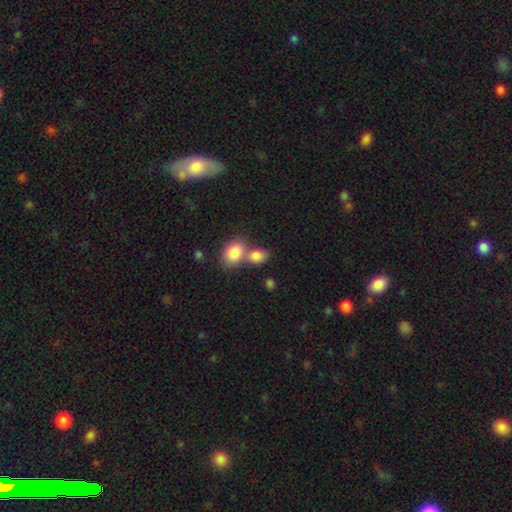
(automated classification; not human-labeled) Morphology: type=smooth (83%); roundness=in between (72%); merging=merger (49%).